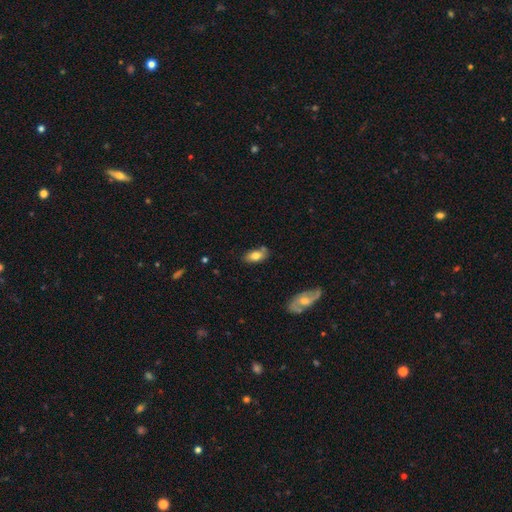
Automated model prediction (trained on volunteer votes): A smooth galaxy with no disk features (76%) that is in between round and cigar-shaped (90%). Merging: none (70%).